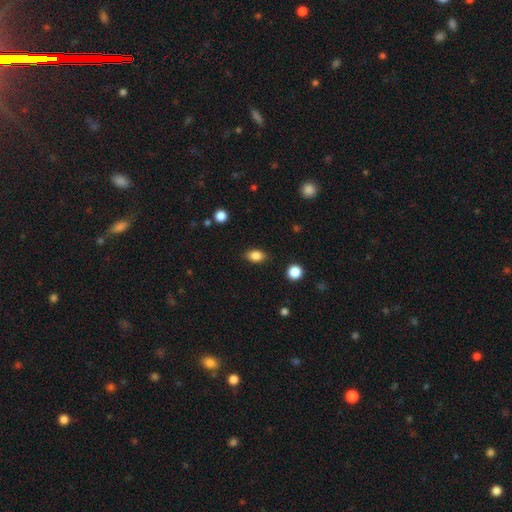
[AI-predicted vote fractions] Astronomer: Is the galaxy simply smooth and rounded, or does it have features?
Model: smooth — 85%.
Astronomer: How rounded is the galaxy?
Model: in between — 82%.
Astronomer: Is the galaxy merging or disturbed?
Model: none — 86%.